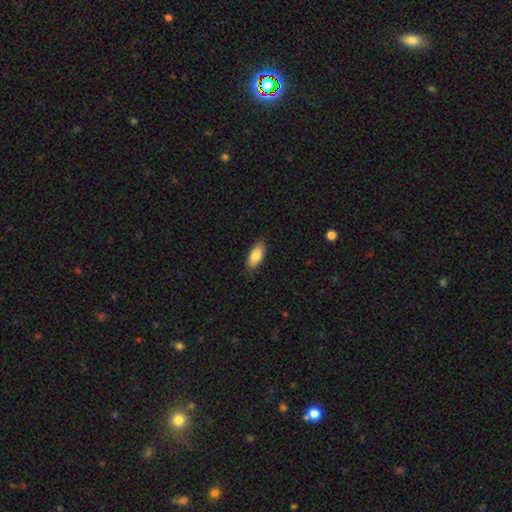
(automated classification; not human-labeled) This is clearly a smooth galaxy (83%). How rounded: clearly in between (88%). Merging: clearly none (86%).